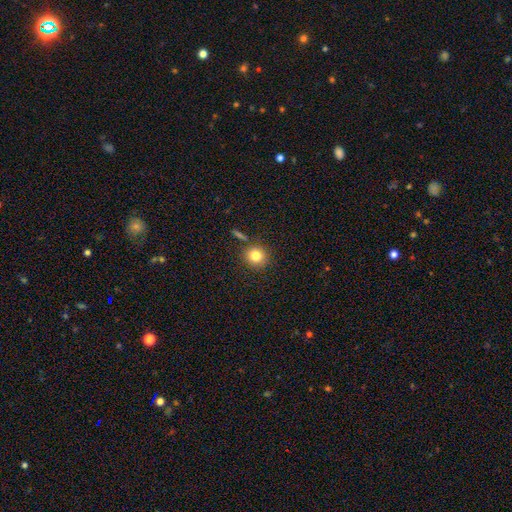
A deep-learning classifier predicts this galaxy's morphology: smooth 82%, star or artifact 11%, featured or disk 7%. Down the decision tree: how rounded — round (91%); merging — none (85%).